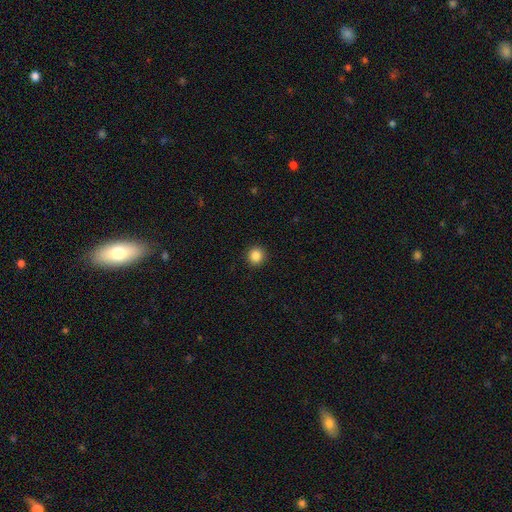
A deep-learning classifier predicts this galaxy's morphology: type=smooth (86%); roundness=round (93%); merging=none (92%).